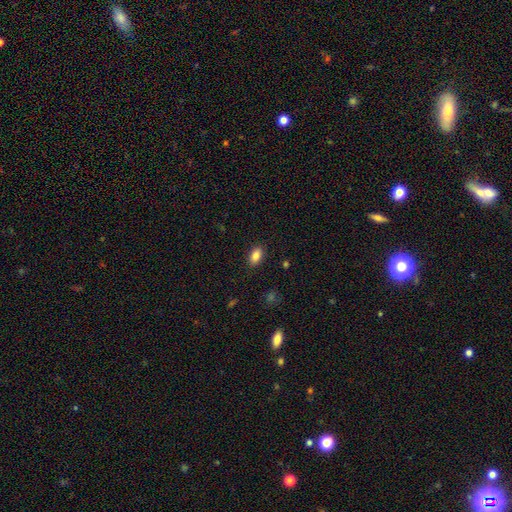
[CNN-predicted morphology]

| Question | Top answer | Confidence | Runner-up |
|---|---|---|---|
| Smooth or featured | smooth | 85% | star or artifact (9%) |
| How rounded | in between | 90% | round (7%) |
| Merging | none | 88% | minor disturbance (9%) |